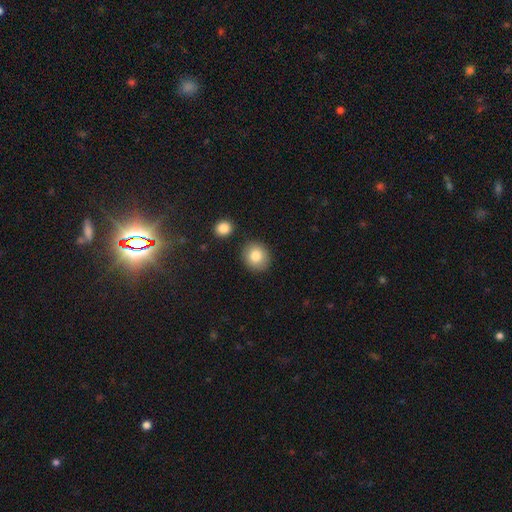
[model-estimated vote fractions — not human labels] Overall: smooth (82%). How rounded: round (80%). Merging: none (86%).